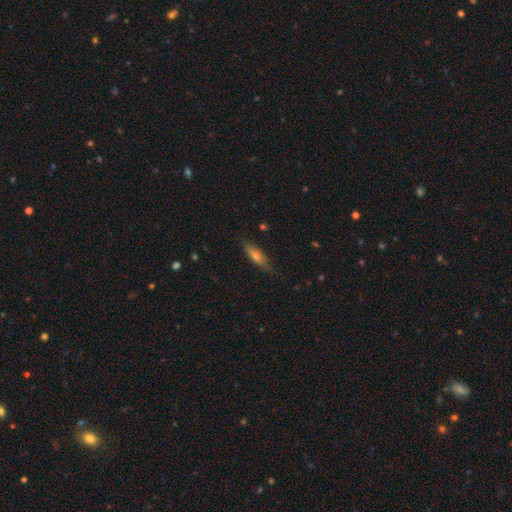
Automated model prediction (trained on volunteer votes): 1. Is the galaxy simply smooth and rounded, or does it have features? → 51% smooth, 41% featured or disk, 9% star or artifact.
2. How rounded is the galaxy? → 70% cigar-shaped, 28% in between, 2% round.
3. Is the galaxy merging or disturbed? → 81% none, 15% minor disturbance, 3% major disturbance, 1% merger.